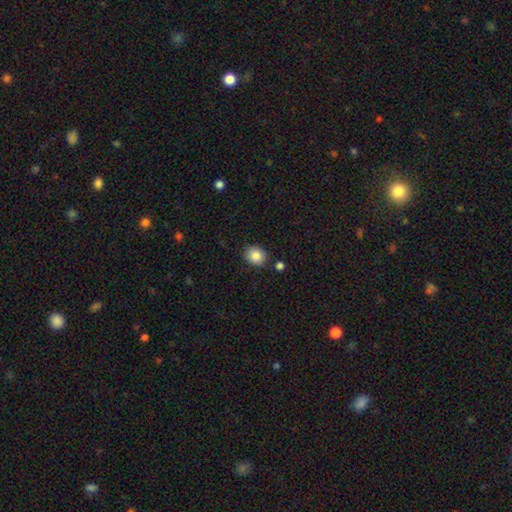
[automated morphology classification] A smooth galaxy with no disk features (87%) that is round (61%). Merging: none (82%).